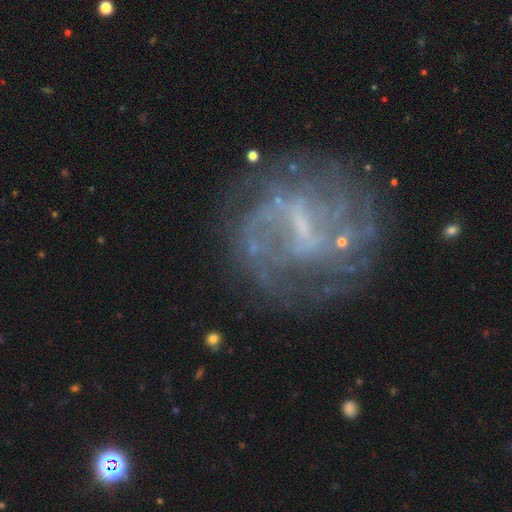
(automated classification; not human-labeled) This is likely a featured or disk galaxy (77%). It is clearly not viewed edge-on (97%). Bar: possibly weak (50%). Spiral arm pattern: likely yes (77%). Spiral arm count: marginally can't tell (45%). Spiral winding: marginally tight (37%, tied with medium). Central bulge: possibly small (52%). Merging: likely none (70%).